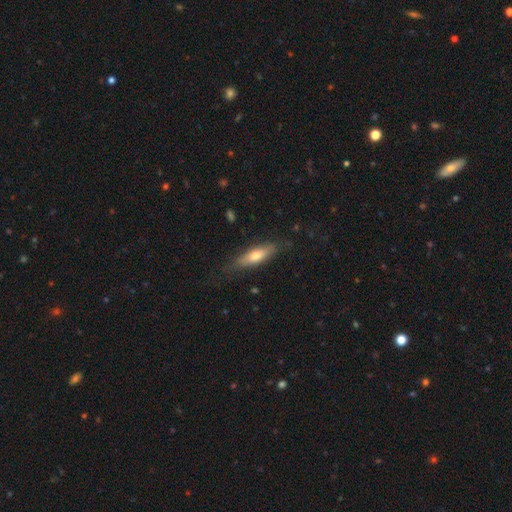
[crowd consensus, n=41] Overall: smooth (51%; featured or disk 44%). How rounded: cigar-shaped (67%; in between 29%). Merging: none (74%).